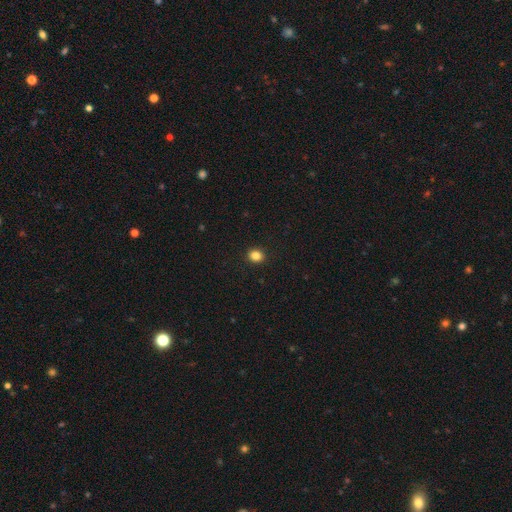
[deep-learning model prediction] Overall: smooth (85%). How rounded: round (74%). Merging: none (92%).